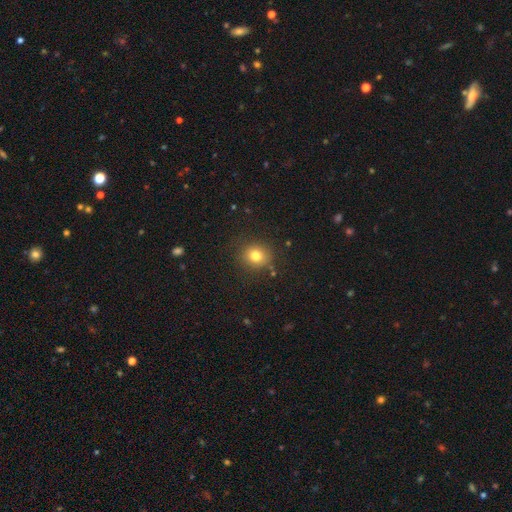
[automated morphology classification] This appears to be a smooth galaxy with no disk features (78%) that is round (85%). Merging: none (86%).